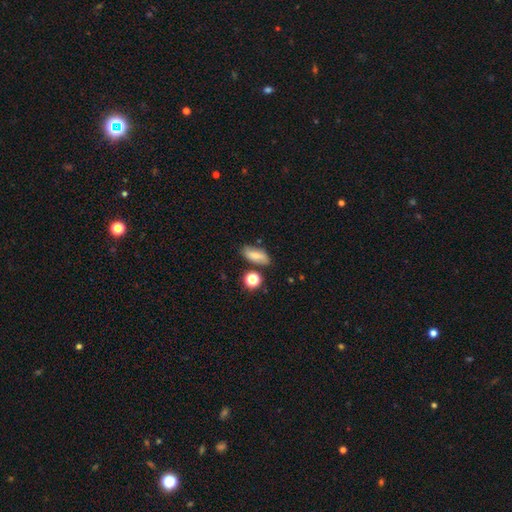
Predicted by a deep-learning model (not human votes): smooth-or-featured: smooth: 66% | featured or disk: 24% | star or artifact: 10%
  how-rounded: in between: 80% | cigar-shaped: 12% | round: 8%
  merging: none: 74% | minor disturbance: 15% | merger: 7% | major disturbance: 4%